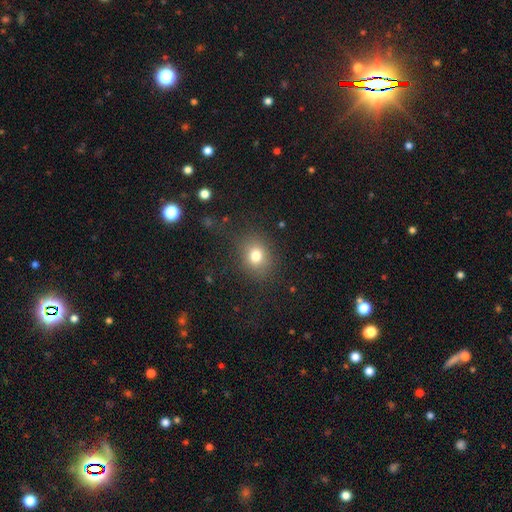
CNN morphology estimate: Smooth or featured?
  - smooth: 77% *
  - star or artifact: 13%
  - featured or disk: 9%
How rounded?
  - round: 61% *
  - in between: 38%
  - cigar-shaped: 1%
Merging?
  - none: 80% *
  - minor disturbance: 12%
  - major disturbance: 6%
  - merger: 2%